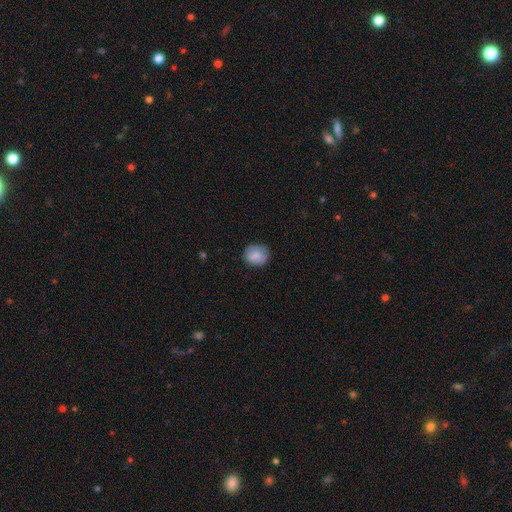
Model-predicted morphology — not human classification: type=smooth (81%); roundness=round (70%); merging=none (75%).